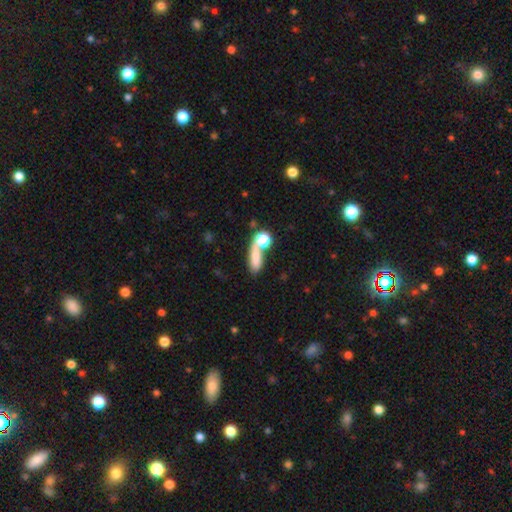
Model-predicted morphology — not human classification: Overall: smooth (74%). How rounded: in between (48%; cigar-shaped 38%). Merging: none (47%; merger 32%).